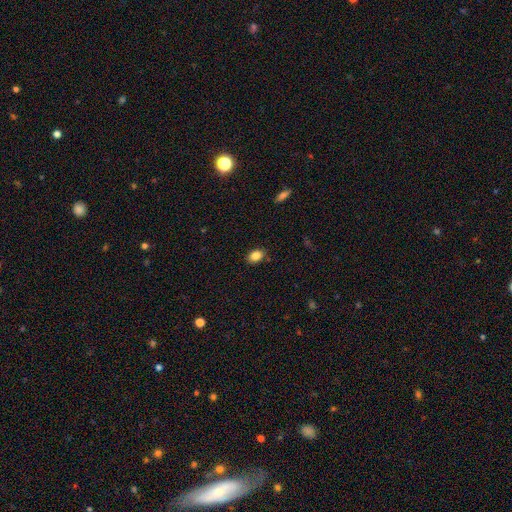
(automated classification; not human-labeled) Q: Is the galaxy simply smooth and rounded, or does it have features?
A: smooth — 86%.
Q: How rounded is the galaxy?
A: in between — 82%.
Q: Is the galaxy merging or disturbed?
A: none — 85%.